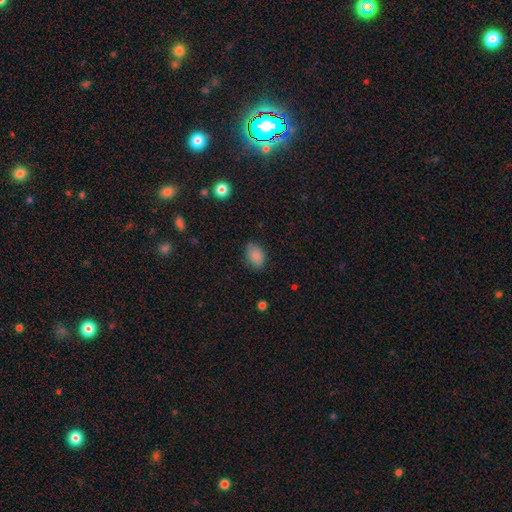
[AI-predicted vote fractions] Morphology: type=smooth (86%); roundness=in between (84%); merging=none (79%).